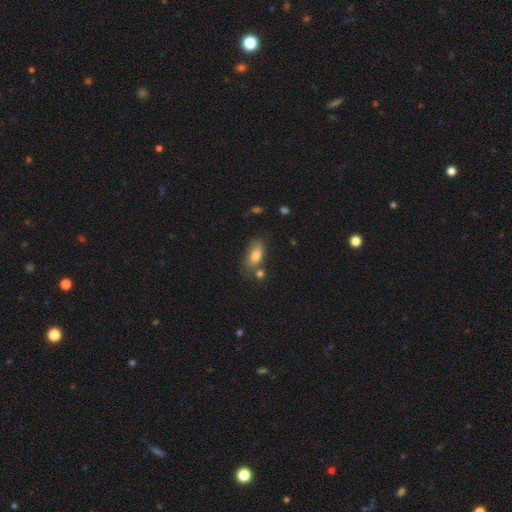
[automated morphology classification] Smooth or featured: smooth — 80% (featured or disk — 11%)
How rounded: in between — 85% (cigar-shaped — 9%)
Merging: none — 60% (minor disturbance — 19%)